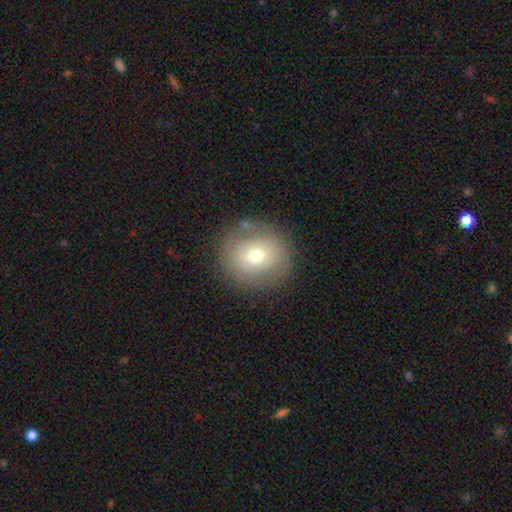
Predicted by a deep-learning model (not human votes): smooth-or-featured: smooth: 68% | featured or disk: 20% | star or artifact: 11%
  how-rounded: round: 89% | in between: 10% | cigar-shaped: 1%
  merging: none: 82% | minor disturbance: 11% | major disturbance: 5% | merger: 2%